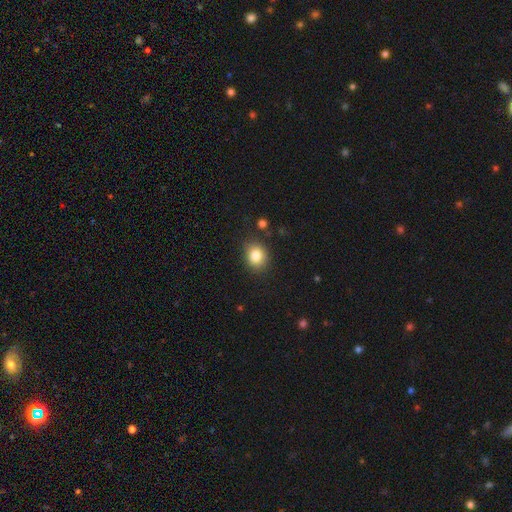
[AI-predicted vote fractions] Morphology: type=smooth (83%); roundness=round (61%); merging=none (83%).